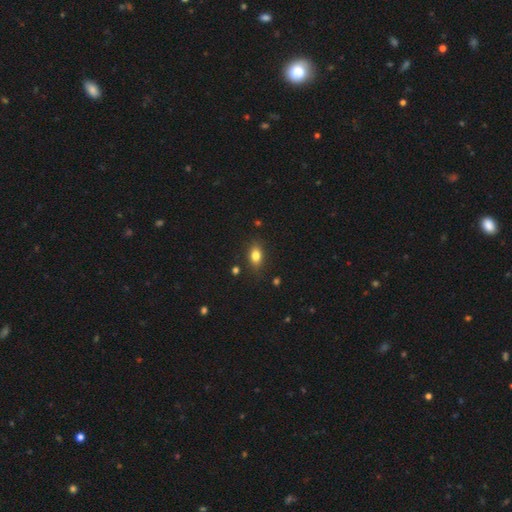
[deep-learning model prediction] Q: Smooth or featured?
A: smooth (80%); runner-up: star or artifact (10%)
Q: How rounded?
A: in between (81%); runner-up: round (15%)
Q: Merging?
A: none (83%); runner-up: minor disturbance (12%)